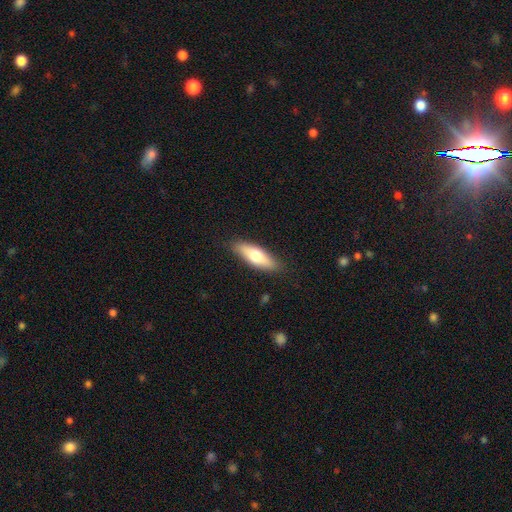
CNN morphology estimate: smooth-or-featured: smooth: 67% | featured or disk: 28% | star or artifact: 6%
  how-rounded: in between: 53% | cigar-shaped: 45% | round: 2%
  merging: none: 86% | minor disturbance: 11% | major disturbance: 2% | merger: 1%